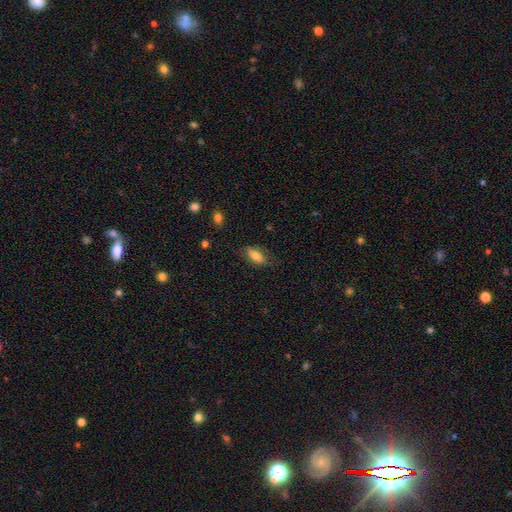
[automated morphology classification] A smooth galaxy with no disk features (74%) that is in between round and cigar-shaped (87%). Merging: none (74%).